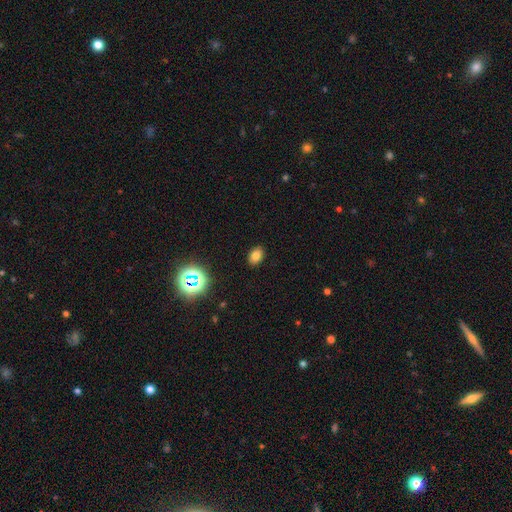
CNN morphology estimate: smooth-or-featured: smooth: 77% | star or artifact: 15% | featured or disk: 8%
  how-rounded: in between: 78% | round: 21% | cigar-shaped: 1%
  merging: none: 90% | minor disturbance: 7% | major disturbance: 2% | merger: 1%